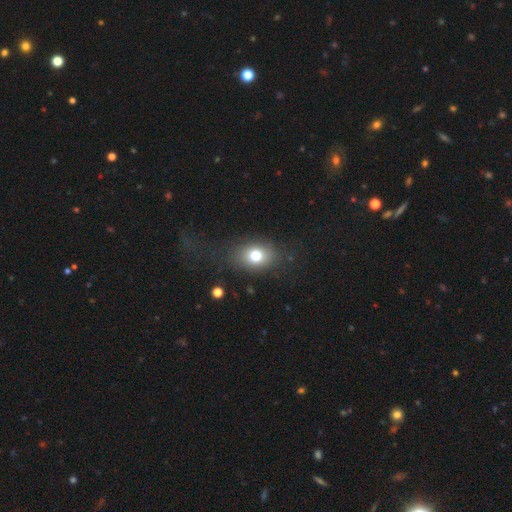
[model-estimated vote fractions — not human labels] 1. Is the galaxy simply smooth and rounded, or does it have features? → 73% smooth, 14% featured or disk, 13% star or artifact.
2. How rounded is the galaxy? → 60% in between, 38% round, 1% cigar-shaped.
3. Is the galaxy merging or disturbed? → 78% none, 13% minor disturbance, 8% major disturbance, 1% merger.